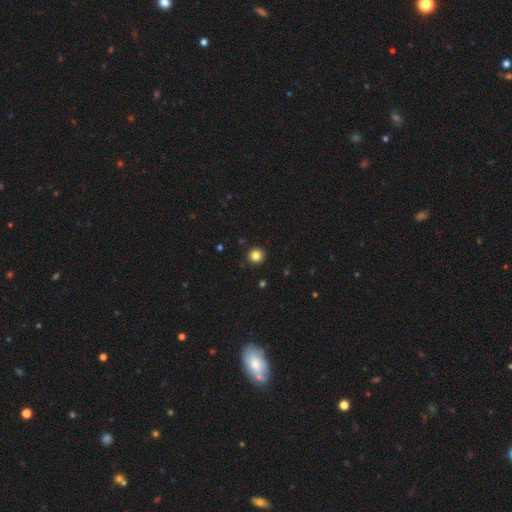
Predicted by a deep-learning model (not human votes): smooth-or-featured: smooth: 83% | star or artifact: 12% | featured or disk: 5%
  how-rounded: round: 95% | in between: 4% | cigar-shaped: 1%
  merging: none: 93% | minor disturbance: 4% | major disturbance: 1% | merger: 1%